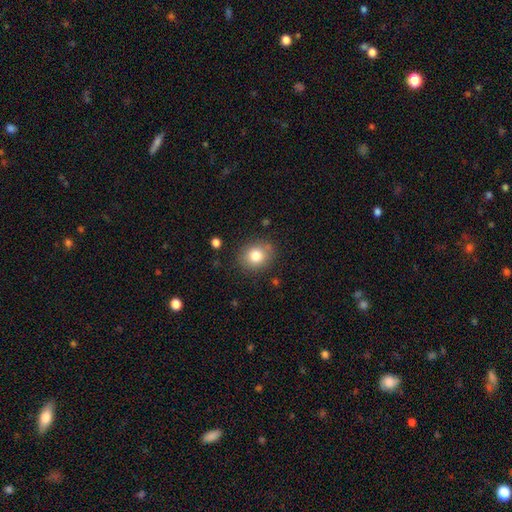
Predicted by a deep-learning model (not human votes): This appears to be a smooth galaxy with no disk features (80%) that is round (69%). Merging: none (84%).